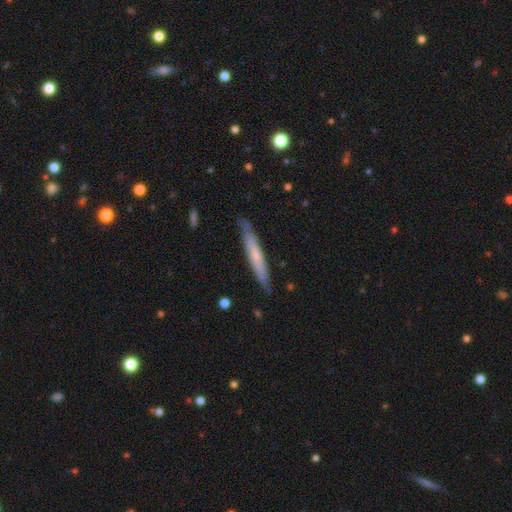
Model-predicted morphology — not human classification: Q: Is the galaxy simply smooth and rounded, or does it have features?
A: smooth — 51%.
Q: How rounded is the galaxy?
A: cigar-shaped — 94%.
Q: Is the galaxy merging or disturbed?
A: none — 83%.